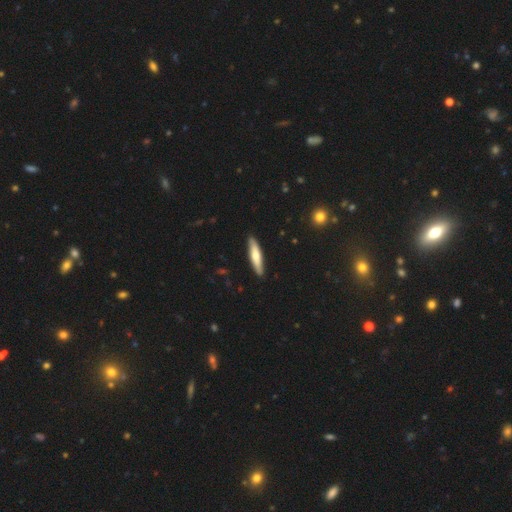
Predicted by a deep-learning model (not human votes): The model was most divided on "smooth or featured": smooth: 64%, featured or disk: 31%, star or artifact: 5%. More confident: merging — none (88%); how rounded — cigar-shaped (83%).